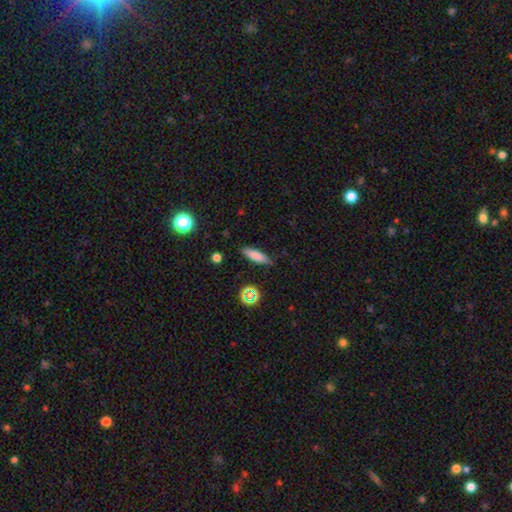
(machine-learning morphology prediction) Smooth or featured? Predicted: smooth (p=0.78). How rounded? Predicted: cigar-shaped (p=0.57). Merging? Predicted: none (p=0.85).